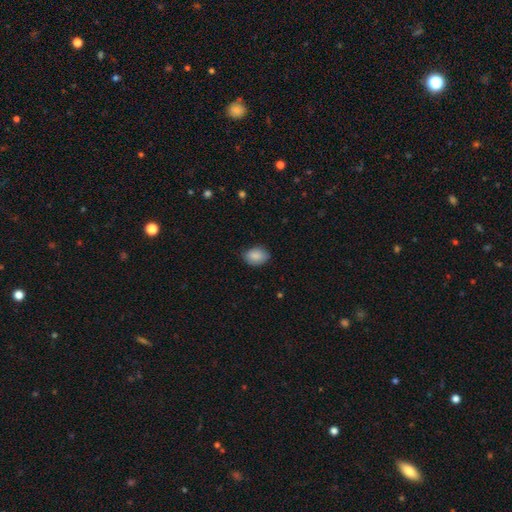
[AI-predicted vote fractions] Smooth or featured? Predicted: smooth (p=0.87). How rounded? Predicted: in between (p=0.73). Merging? Predicted: none (p=0.77).